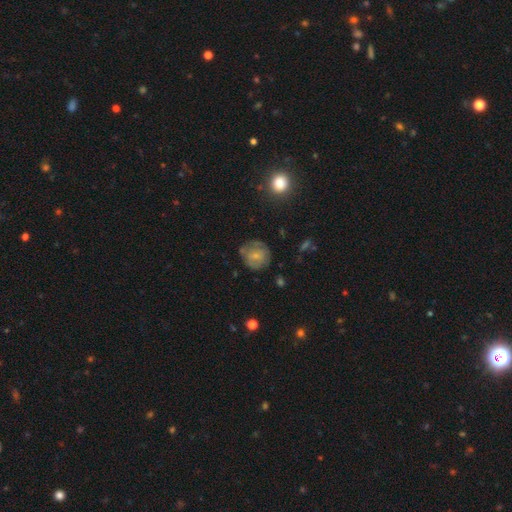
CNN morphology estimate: Smooth or featured?
  - smooth: 57% *
  - featured or disk: 34%
  - star or artifact: 9%
How rounded?
  - round: 86% *
  - in between: 13%
  - cigar-shaped: 1%
Merging?
  - none: 64% *
  - minor disturbance: 23%
  - major disturbance: 10%
  - merger: 3%